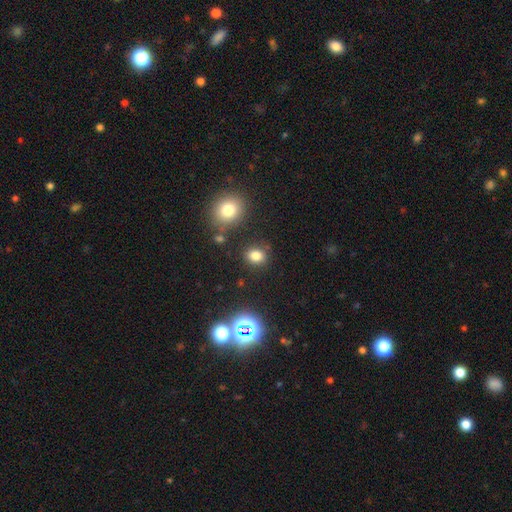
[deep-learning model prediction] Smooth or featured: smooth — 77% (star or artifact — 16%)
How rounded: round — 60% (in between — 38%)
Merging: none — 83% (minor disturbance — 9%)